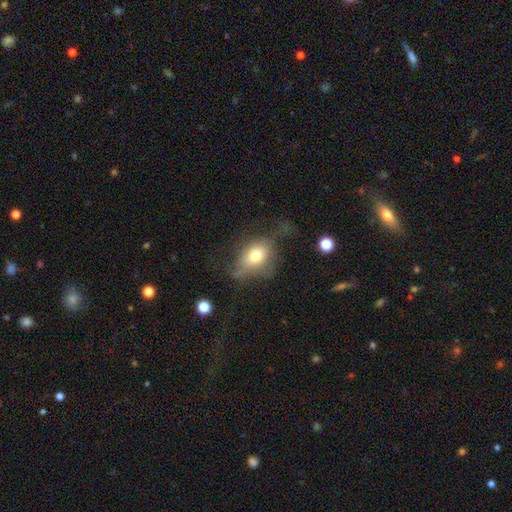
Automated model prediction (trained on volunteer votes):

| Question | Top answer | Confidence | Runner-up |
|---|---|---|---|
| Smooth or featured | smooth | 66% | featured or disk (23%) |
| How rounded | in between | 72% | round (25%) |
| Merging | none | 38% | major disturbance (30%) |